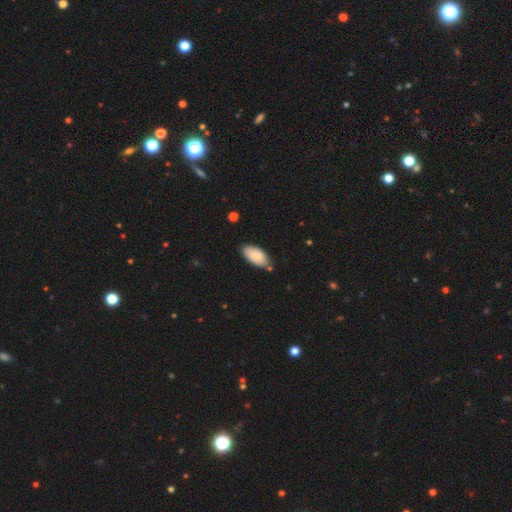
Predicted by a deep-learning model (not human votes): The model was most divided on "merging": none: 72%, minor disturbance: 21%, merger: 5%, major disturbance: 3%. More confident: how rounded — in between (94%); smooth or featured — smooth (85%).